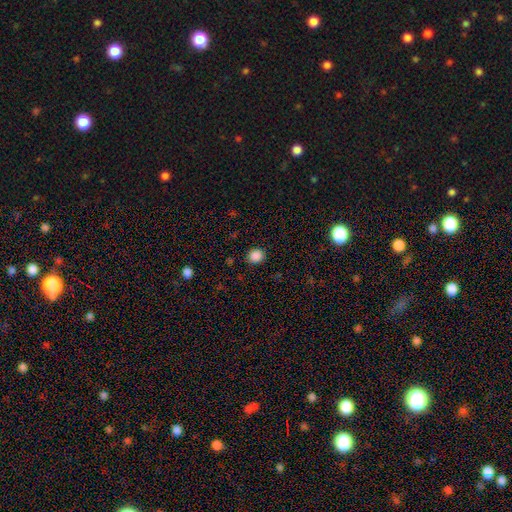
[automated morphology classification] Smooth or featured? Predicted: smooth (p=0.86). How rounded? Predicted: round (p=0.78). Merging? Predicted: none (p=0.88).